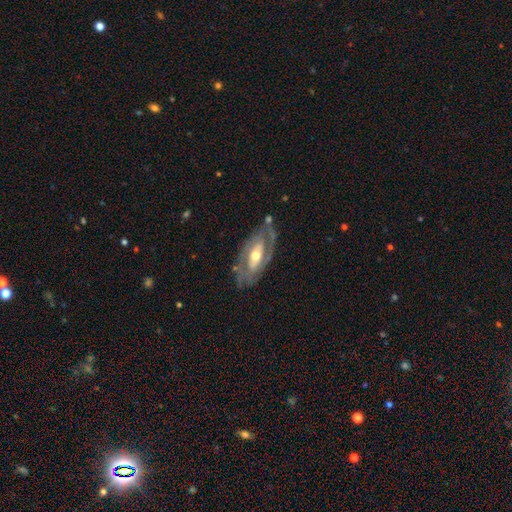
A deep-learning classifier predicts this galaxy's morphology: The model was most divided on "bar": no: 50%, weak: 28%, strong: 22%. More confident: edge-on disk — no (89%); smooth or featured — featured or disk (78%); merging — none (70%); bulge size — moderate (69%); spiral arms — yes (67%).